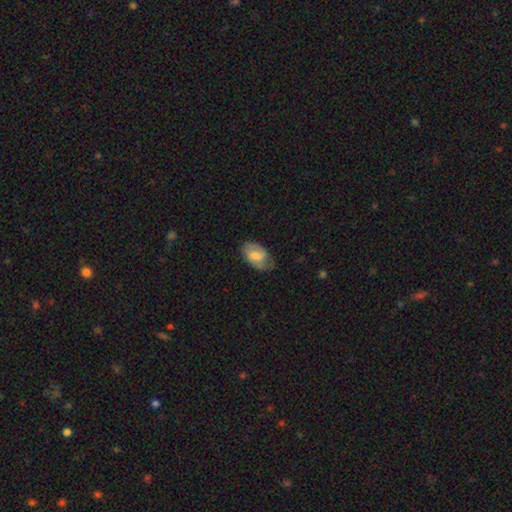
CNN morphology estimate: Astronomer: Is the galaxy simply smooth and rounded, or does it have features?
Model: smooth — 54% (runner-up: featured or disk, 39%).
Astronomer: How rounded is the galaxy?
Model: in between — 91%.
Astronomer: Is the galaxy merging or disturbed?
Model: none — 67%.